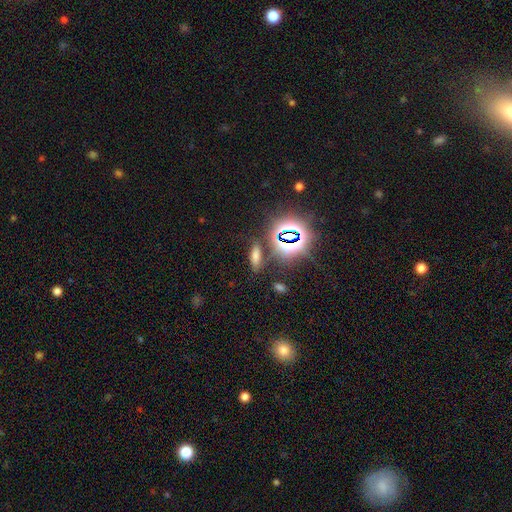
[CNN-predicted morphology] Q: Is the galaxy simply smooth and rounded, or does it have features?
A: smooth — 58%.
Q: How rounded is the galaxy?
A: in between — 55%.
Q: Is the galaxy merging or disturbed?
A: none — 78%.